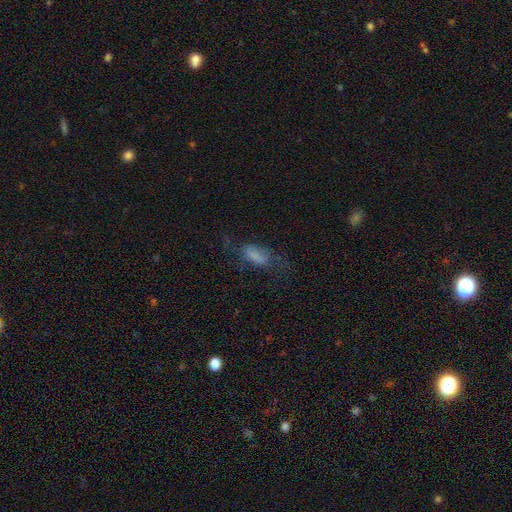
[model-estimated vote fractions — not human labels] smooth-or-featured: smooth: 62% | featured or disk: 24% | star or artifact: 14%
  how-rounded: in between: 72% | cigar-shaped: 24% | round: 4%
  merging: none: 42% | major disturbance: 31% | minor disturbance: 24% | merger: 3%